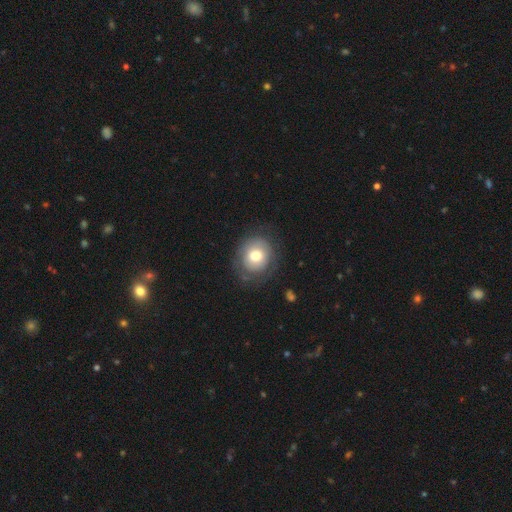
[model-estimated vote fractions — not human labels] Smooth or featured? smooth (65%)
How rounded? round (76%)
Merging? none (74%)